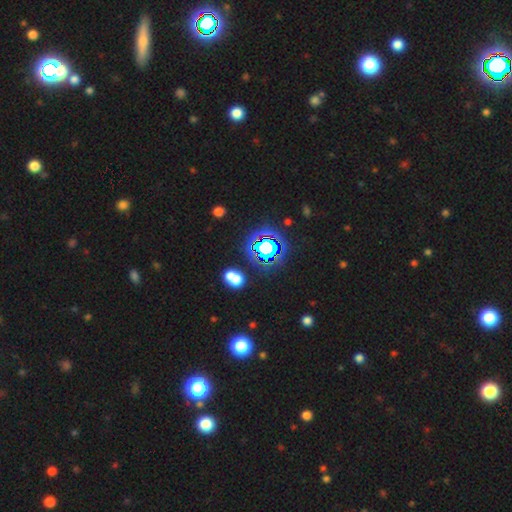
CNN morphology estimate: type=star or artifact (77%).